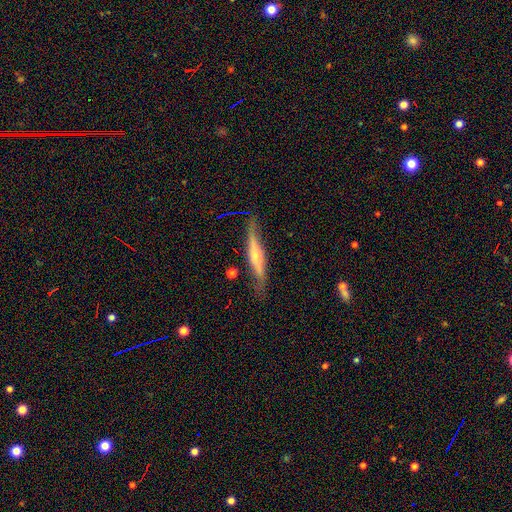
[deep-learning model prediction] Smooth or featured: featured or disk — 62% (smooth — 33%)
Edge-on disk: yes — 84% (no — 16%)
Edge-on bulge: rounded — 72% (none — 20%)
Merging: none — 71% (minor disturbance — 21%)